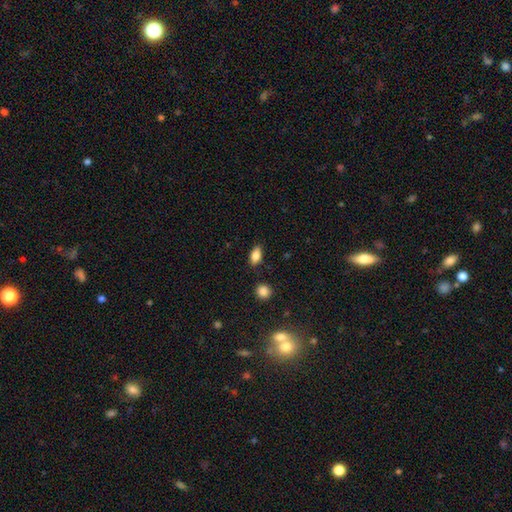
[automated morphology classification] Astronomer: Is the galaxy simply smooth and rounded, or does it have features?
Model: smooth — 81%.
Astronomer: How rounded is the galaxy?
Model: in between — 85%.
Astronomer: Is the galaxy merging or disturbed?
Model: none — 84%.